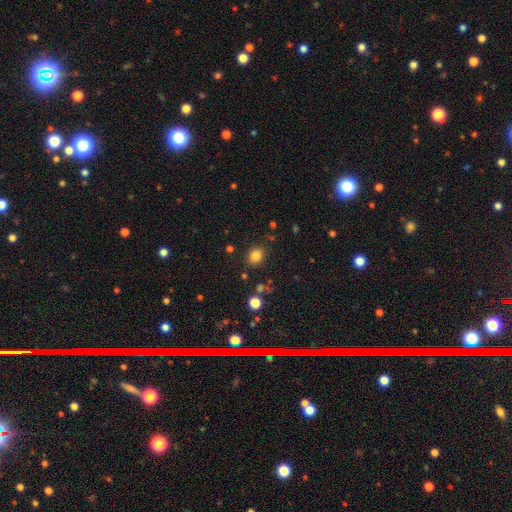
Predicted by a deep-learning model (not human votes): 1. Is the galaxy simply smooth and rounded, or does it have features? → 81% smooth, 13% star or artifact, 5% featured or disk.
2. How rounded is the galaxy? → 71% round, 28% in between, 1% cigar-shaped.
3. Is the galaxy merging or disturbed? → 85% none, 9% minor disturbance, 3% major disturbance, 3% merger.